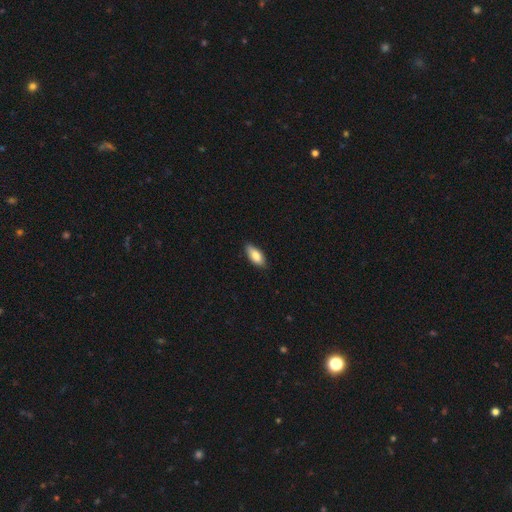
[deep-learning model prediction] This appears to be a smooth galaxy with no disk features (84%) that is in between round and cigar-shaped (83%). Merging: none (83%).